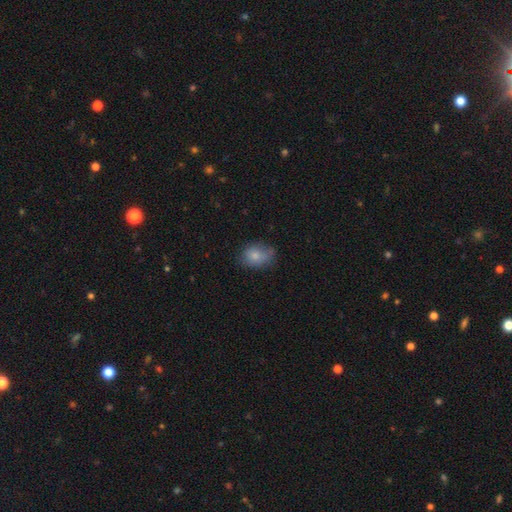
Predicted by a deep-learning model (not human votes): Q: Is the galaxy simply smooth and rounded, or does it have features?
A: smooth — 79%.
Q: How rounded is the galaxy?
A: in between — 66%.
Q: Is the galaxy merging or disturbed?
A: none — 60%.